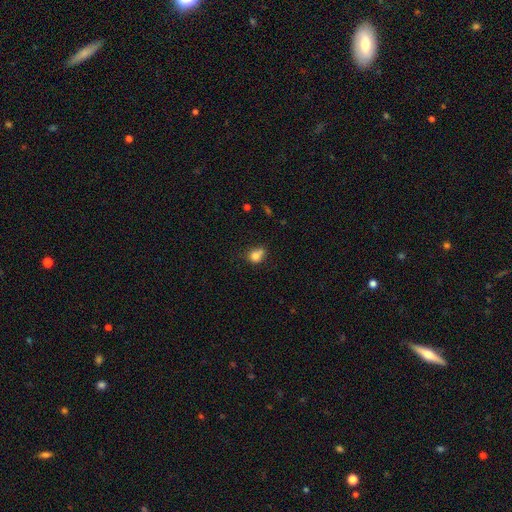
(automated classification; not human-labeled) Smooth or featured?
  - smooth: 77% *
  - featured or disk: 12%
  - star or artifact: 11%
How rounded?
  - round: 62% *
  - in between: 37%
  - cigar-shaped: 1%
Merging?
  - none: 38% *
  - merger: 33%
  - minor disturbance: 20%
  - major disturbance: 9%